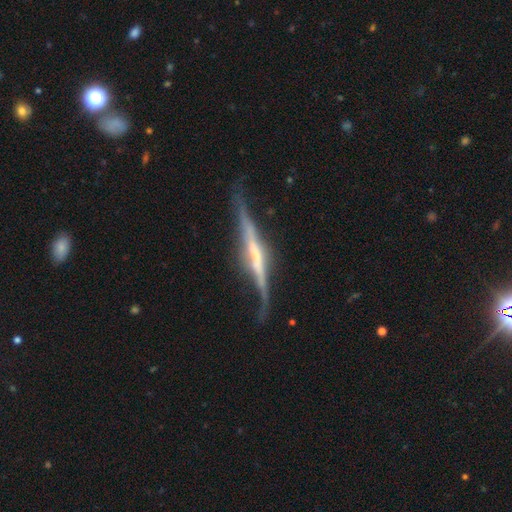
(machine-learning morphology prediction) Smooth or featured? Predicted: featured or disk (p=0.80). Edge-on disk? Predicted: yes (p=0.91). Edge-on bulge? Predicted: none (p=0.46). Merging? Predicted: none (p=0.58).